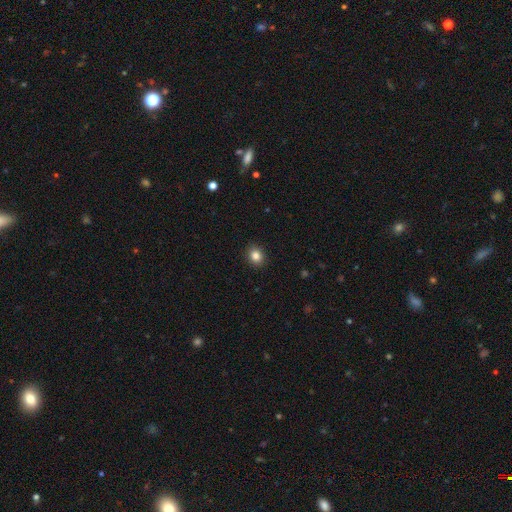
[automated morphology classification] A smooth galaxy with no disk features (85%) that is round (63%). Merging: none (91%).